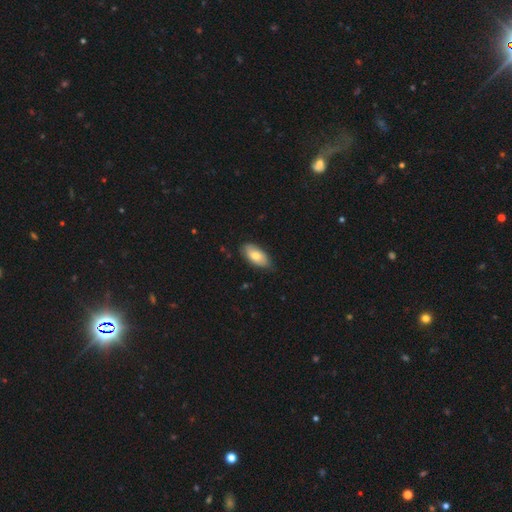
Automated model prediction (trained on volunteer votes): The model was most divided on "smooth or featured": smooth: 75%, featured or disk: 19%, star or artifact: 6%. More confident: how rounded — in between (92%); merging — none (76%).